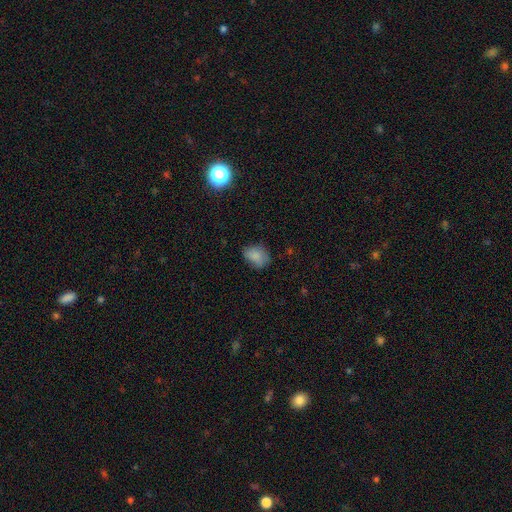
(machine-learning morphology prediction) smooth 82%, star or artifact 10%, featured or disk 9%. Down the decision tree: how rounded — in between (65%); merging — none (65%).